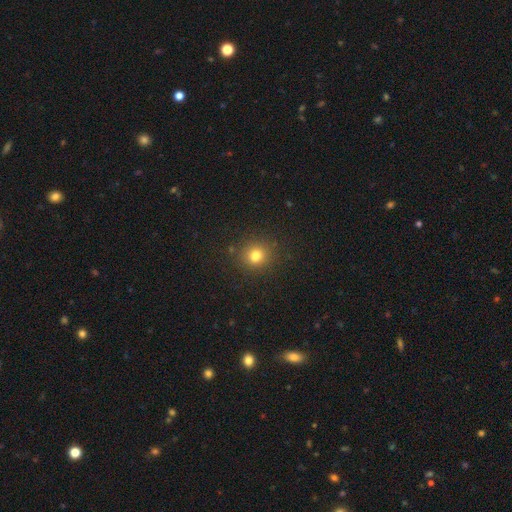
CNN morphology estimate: smooth_or_featured: smooth (p=0.79) [alt: star or artifact p=0.15]
how_rounded: round (p=0.82) [alt: in between p=0.17]
merging: none (p=0.85) [alt: minor disturbance p=0.09]